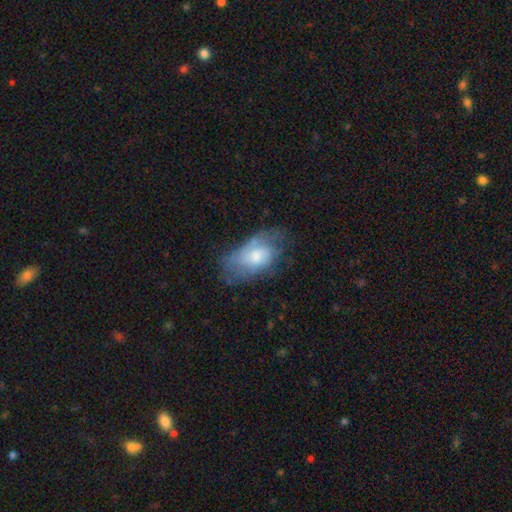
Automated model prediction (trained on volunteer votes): Overall: featured or disk (53%; smooth 39%). Edge-on disk: no (93%). Merging: none (50%; minor disturbance 28%).